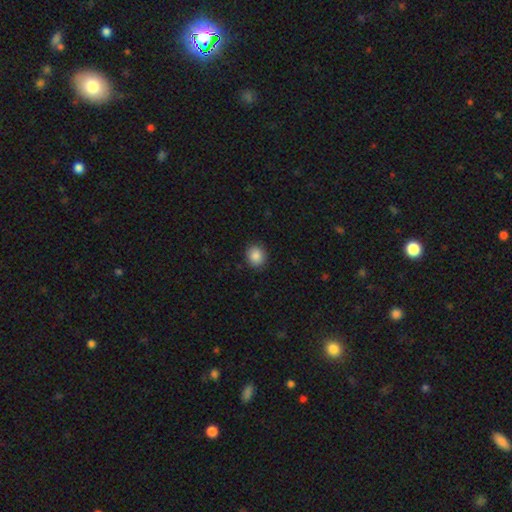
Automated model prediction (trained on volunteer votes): The model was most divided on "how rounded": round: 81%, in between: 18%, cigar-shaped: 1%. More confident: merging — none (90%); smooth or featured — smooth (87%).